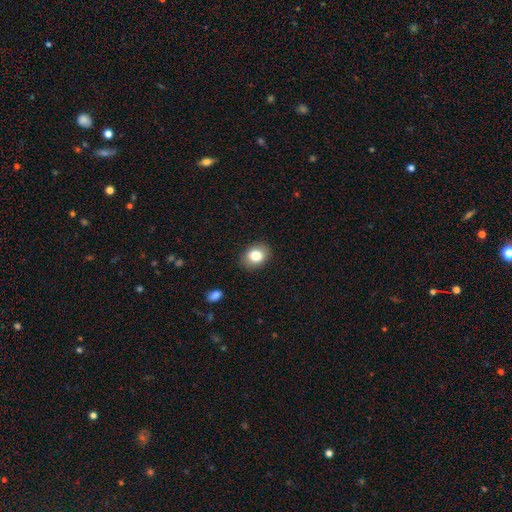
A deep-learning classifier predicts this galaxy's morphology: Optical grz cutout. It shows a smooth galaxy with no disk features (81%) that is in between round and cigar-shaped (58%). Merging: none (87%).